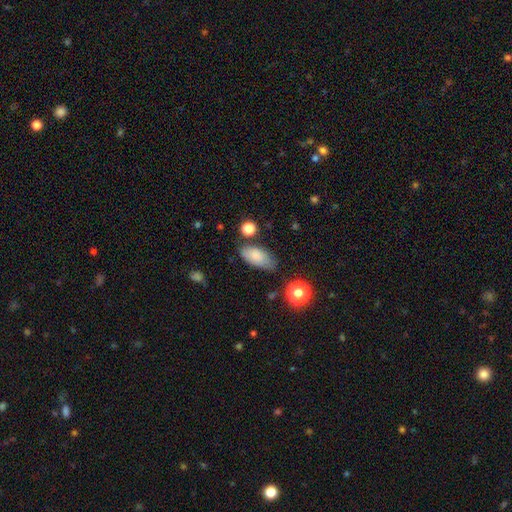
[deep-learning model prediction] Smooth or featured: smooth — 82% (featured or disk — 10%)
How rounded: in between — 89% (cigar-shaped — 7%)
Merging: none — 68% (minor disturbance — 22%)